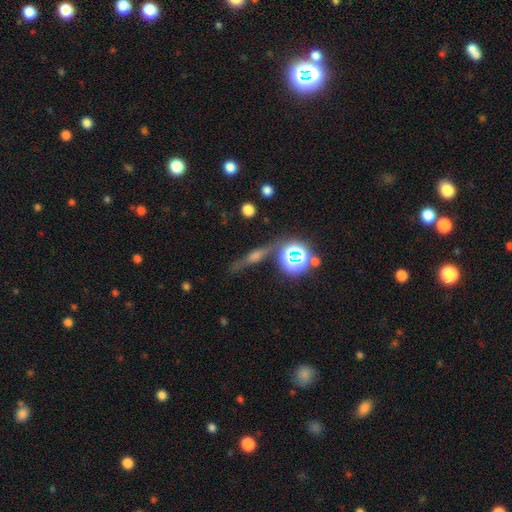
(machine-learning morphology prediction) Smooth or featured? Predicted: featured or disk (p=0.44). Merging? Predicted: none (p=0.76).